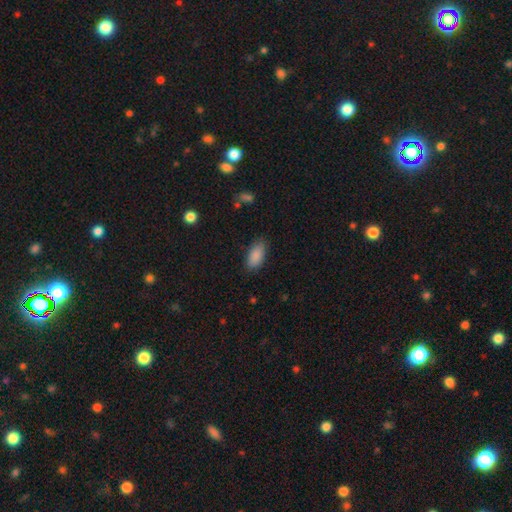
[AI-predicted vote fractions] Overall: smooth (88%). How rounded: in between (91%). Merging: none (82%).